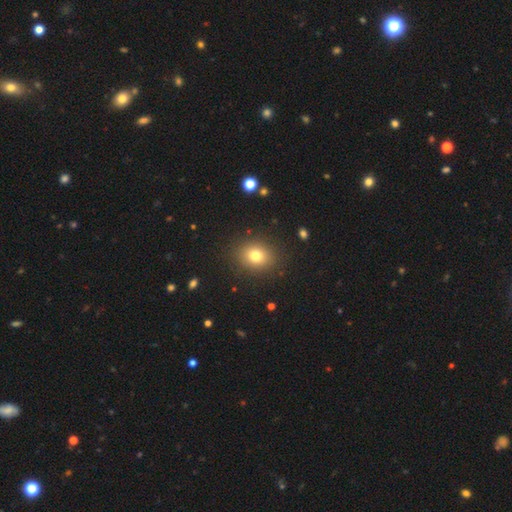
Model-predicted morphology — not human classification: Smooth or featured? smooth (77%)
How rounded? round (58%)
Merging? none (88%)